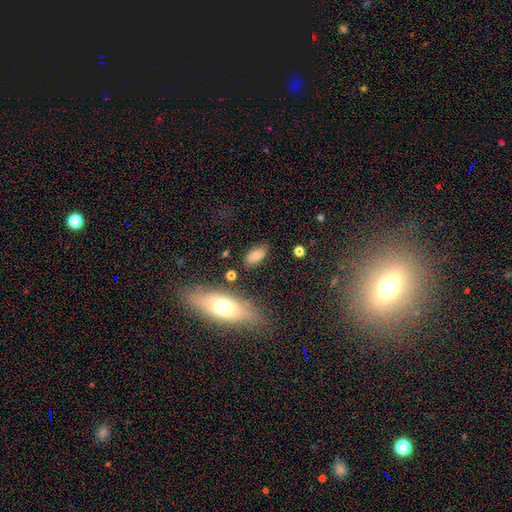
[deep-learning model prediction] smooth 75%, featured or disk 14%, star or artifact 10%. Down the decision tree: how rounded — in between (90%); merging — none (78%).